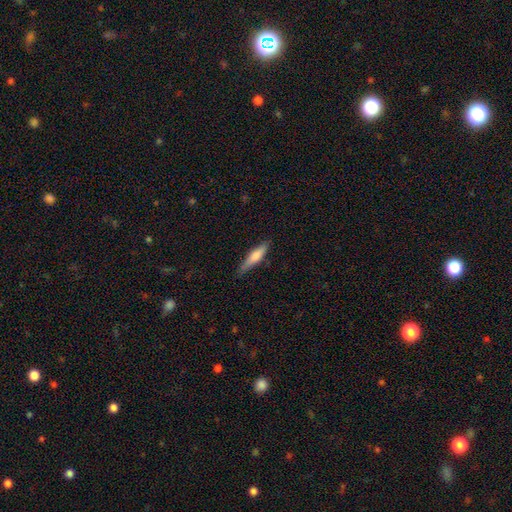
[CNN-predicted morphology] smooth_or_featured: smooth (p=0.65) [alt: featured or disk p=0.29]
how_rounded: cigar-shaped (p=0.81) [alt: in between p=0.18]
merging: none (p=0.80) [alt: minor disturbance p=0.16]